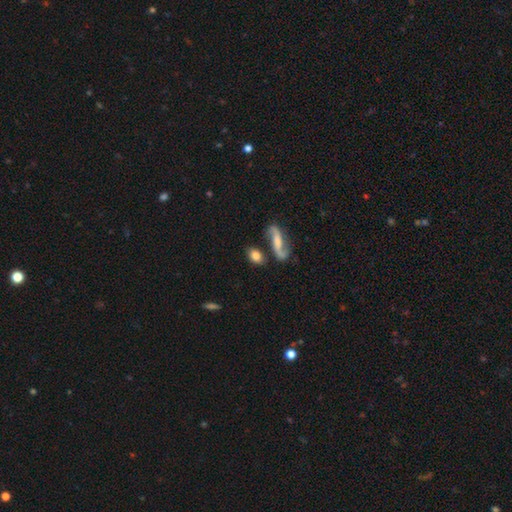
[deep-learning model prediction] Q: Smooth or featured?
A: smooth (65%); runner-up: featured or disk (27%)
Q: How rounded?
A: in between (71%); runner-up: round (21%)
Q: Merging?
A: none (65%); runner-up: merger (15%)